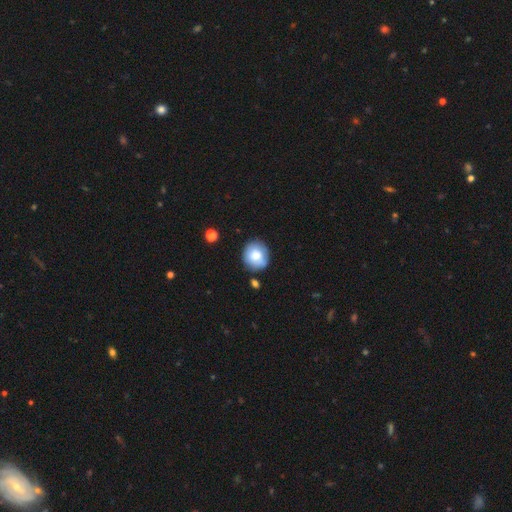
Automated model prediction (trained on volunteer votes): Smooth or featured?
  - smooth: 77% *
  - featured or disk: 16%
  - star or artifact: 8%
How rounded?
  - round: 82% *
  - in between: 17%
  - cigar-shaped: 1%
Merging?
  - none: 76% *
  - minor disturbance: 16%
  - merger: 4%
  - major disturbance: 4%